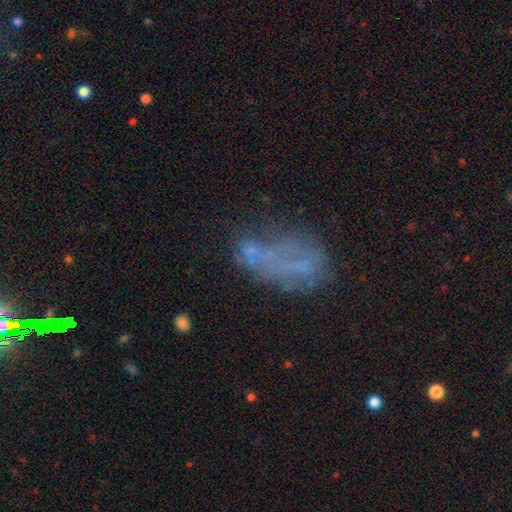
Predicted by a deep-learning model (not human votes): The model was most divided on "merging": none: 35%, major disturbance: 30%, minor disturbance: 20%, merger: 15%. Remaining: smooth or featured — featured or disk (46%).